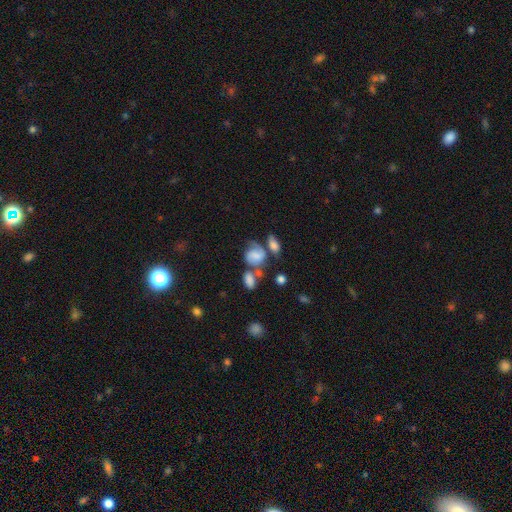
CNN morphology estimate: Smooth or featured? Predicted: smooth (p=0.49). Merging? Predicted: merger (p=0.32).